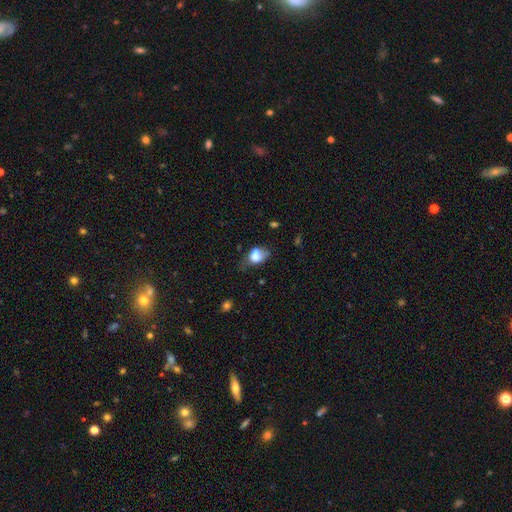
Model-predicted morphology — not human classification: Q: Smooth or featured?
A: smooth (75%); runner-up: featured or disk (15%)
Q: How rounded?
A: in between (73%); runner-up: round (26%)
Q: Merging?
A: minor disturbance (38%); runner-up: none (32%)